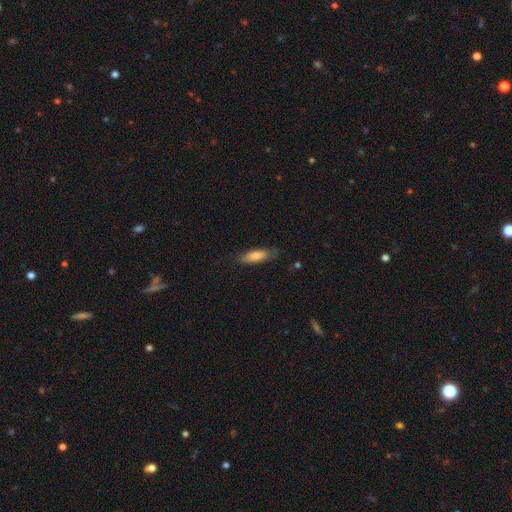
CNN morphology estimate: This appears to be a smooth galaxy with no disk features (75%) that is in between round and cigar-shaped (51%). Merging: none (74%).